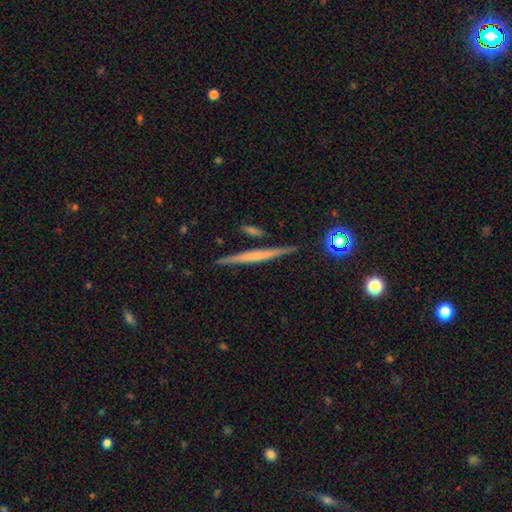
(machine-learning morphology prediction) Q: Smooth or featured?
A: featured or disk (54%); runner-up: smooth (39%)
Q: Edge-on disk?
A: yes (97%); runner-up: no (3%)
Q: Edge-on bulge?
A: none (75%); runner-up: rounded (16%)
Q: Merging?
A: none (88%); runner-up: minor disturbance (8%)